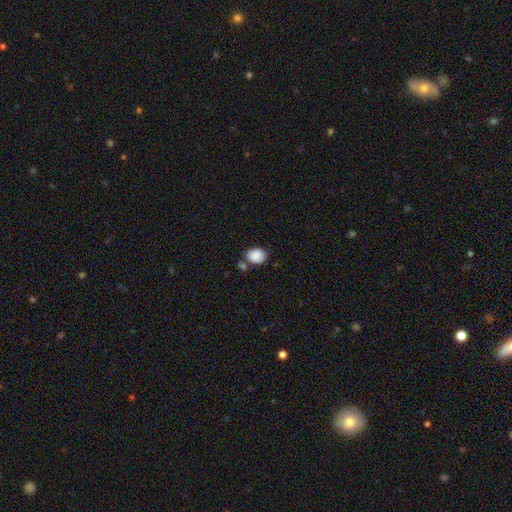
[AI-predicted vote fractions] Smooth or featured: smooth — 87% (star or artifact — 8%)
How rounded: in between — 62% (round — 37%)
Merging: none — 57% (minor disturbance — 19%)